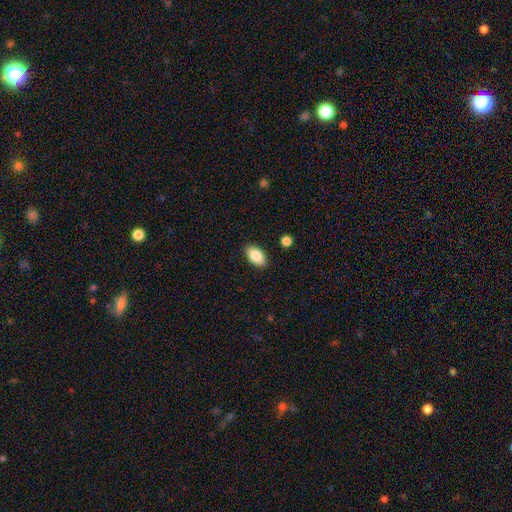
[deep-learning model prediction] Q: Smooth or featured?
A: smooth (86%); runner-up: star or artifact (7%)
Q: How rounded?
A: in between (93%); runner-up: round (5%)
Q: Merging?
A: none (88%); runner-up: minor disturbance (8%)